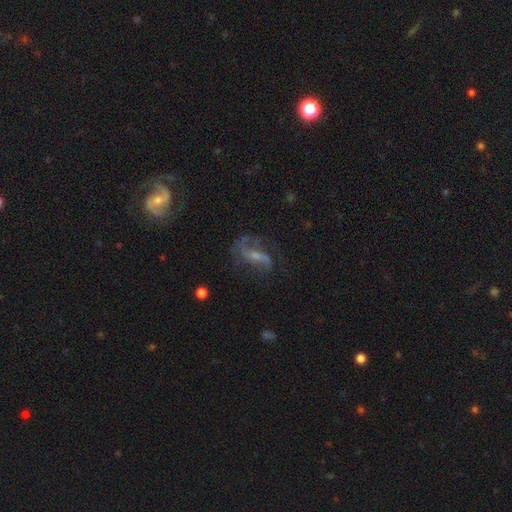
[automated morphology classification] featured or disk 77%, smooth 12%, star or artifact 10%. Down the decision tree: edge-on disk — no (93%); bar — weak (42%); spiral arms — yes (89%); spiral arm count — 2 (79%); spiral winding — loose (65%); bulge size — small (57%); merging — none (56%).